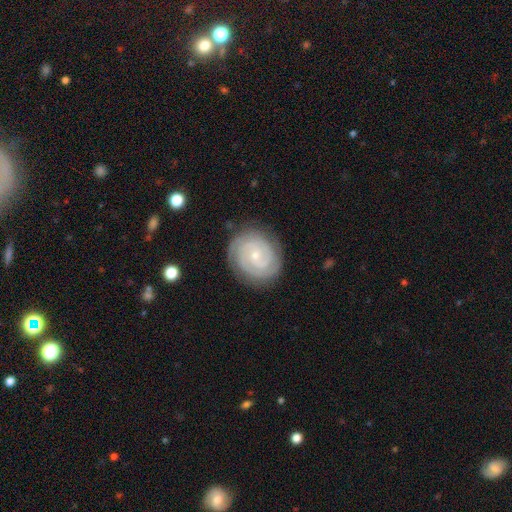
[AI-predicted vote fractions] Q: Smooth or featured?
A: featured or disk (89%); runner-up: smooth (6%)
Q: Edge-on disk?
A: no (98%); runner-up: yes (2%)
Q: Bar?
A: no (68%); runner-up: weak (26%)
Q: Spiral arms?
A: yes (98%); runner-up: no (2%)
Q: Spiral winding?
A: tight (83%); runner-up: medium (15%)
Q: Spiral arm count?
A: 2 (51%); runner-up: 3 (21%)
Q: Bulge size?
A: small (80%); runner-up: moderate (16%)
Q: Merging?
A: none (84%); runner-up: minor disturbance (12%)